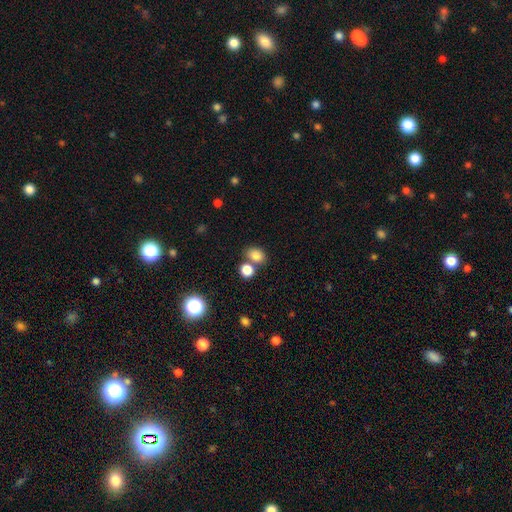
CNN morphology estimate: Overall: smooth (82%). How rounded: in between (63%; round 36%). Merging: none (60%; merger 25%).